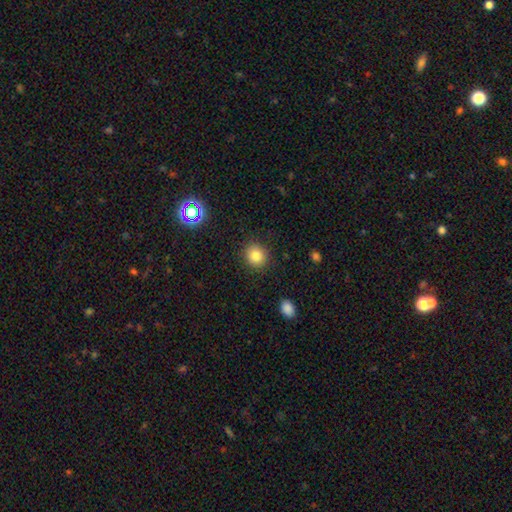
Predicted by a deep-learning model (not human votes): Smooth or featured?
  - smooth: 81% *
  - star or artifact: 12%
  - featured or disk: 6%
How rounded?
  - round: 87% *
  - in between: 12%
  - cigar-shaped: 1%
Merging?
  - none: 89% *
  - minor disturbance: 7%
  - major disturbance: 2%
  - merger: 1%